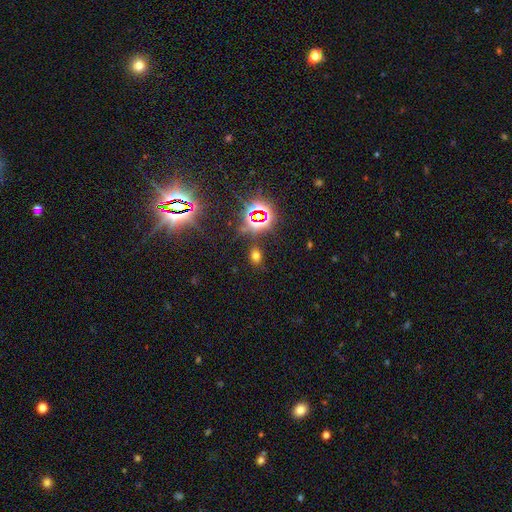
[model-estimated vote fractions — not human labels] smooth_or_featured: smooth (p=0.56) [alt: star or artifact p=0.37]
how_rounded: in between (p=0.65) [alt: round p=0.33]
merging: none (p=0.83) [alt: minor disturbance p=0.10]